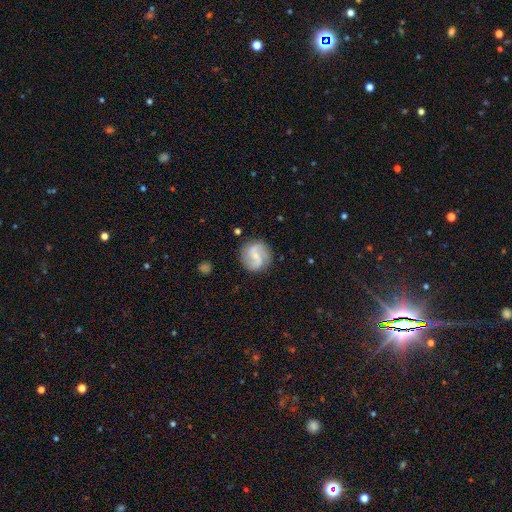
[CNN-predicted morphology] Smooth or featured: featured or disk — 74% (smooth — 20%)
Edge-on disk: no — 98% (yes — 2%)
Bar: weak — 49% (strong — 26%)
Spiral arms: yes — 93% (no — 7%)
Spiral winding: loose — 51% (medium — 37%)
Spiral arm count: 2 — 91% (can't tell — 4%)
Bulge size: small — 60% (moderate — 20%)
Merging: none — 83% (minor disturbance — 11%)